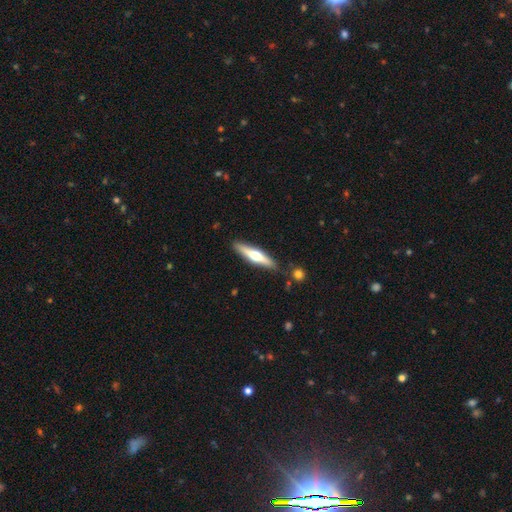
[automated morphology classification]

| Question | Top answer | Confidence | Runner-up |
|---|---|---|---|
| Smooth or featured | featured or disk | 57% | smooth (38%) |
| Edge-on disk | yes | 95% | no (5%) |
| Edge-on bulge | rounded | 93% | none (4%) |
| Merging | none | 87% | minor disturbance (9%) |